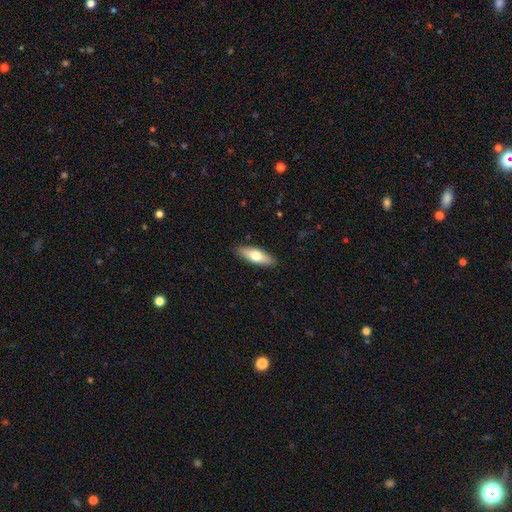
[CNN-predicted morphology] Smooth or featured? smooth (68%)
How rounded? in between (60%)
Merging? none (89%)